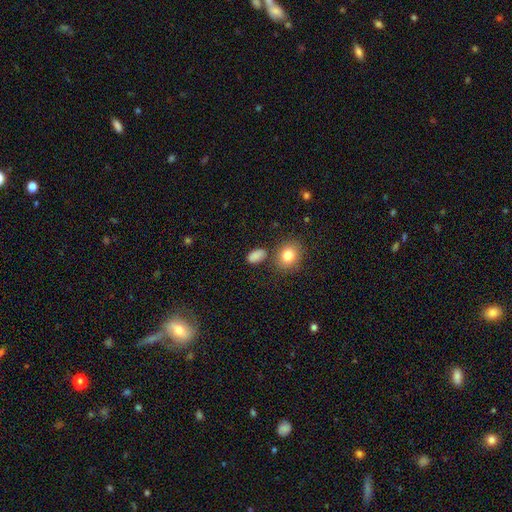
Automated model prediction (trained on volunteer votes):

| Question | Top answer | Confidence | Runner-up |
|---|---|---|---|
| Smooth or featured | smooth | 85% | star or artifact (11%) |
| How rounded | in between | 83% | round (15%) |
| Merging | none | 75% | minor disturbance (14%) |